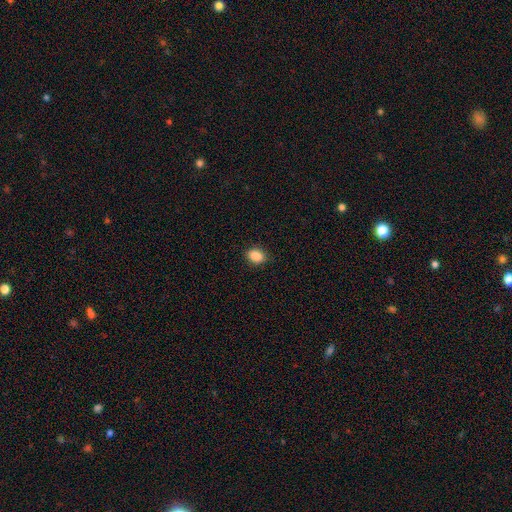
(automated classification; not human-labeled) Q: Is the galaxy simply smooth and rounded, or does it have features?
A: smooth — 88%.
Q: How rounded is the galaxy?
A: in between — 69%.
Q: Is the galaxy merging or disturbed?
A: none — 88%.